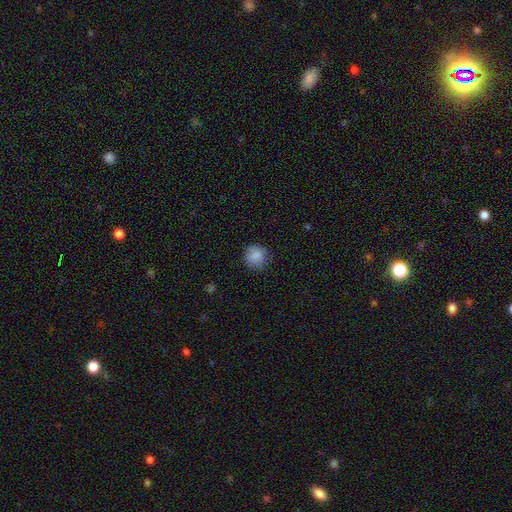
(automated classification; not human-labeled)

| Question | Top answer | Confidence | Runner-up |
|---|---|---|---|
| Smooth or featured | smooth | 87% | star or artifact (9%) |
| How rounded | round | 88% | in between (11%) |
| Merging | none | 81% | minor disturbance (14%) |